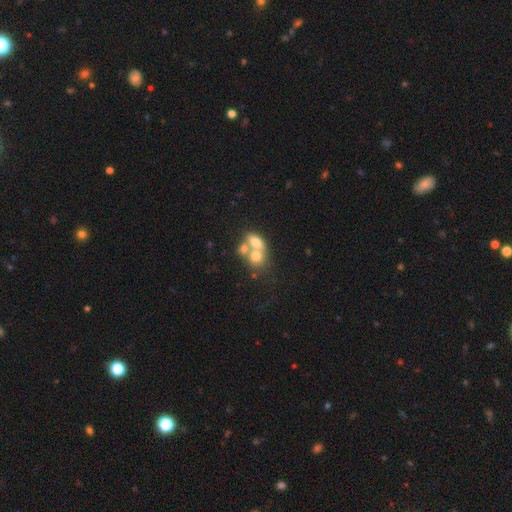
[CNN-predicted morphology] A smooth galaxy with no disk features (64%) that is in between round and cigar-shaped (51%). Merging: merger (65%).